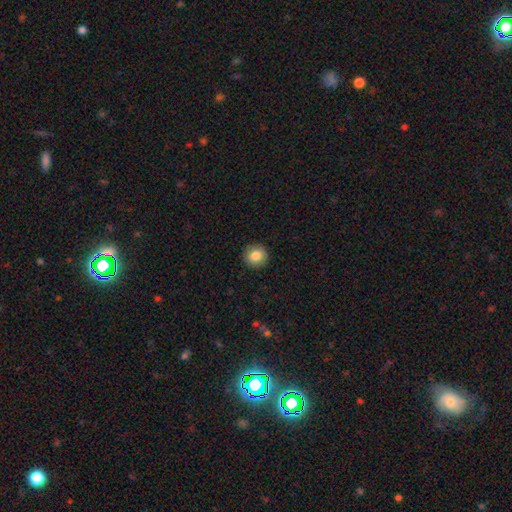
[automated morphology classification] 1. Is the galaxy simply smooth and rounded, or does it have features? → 84% smooth, 9% star or artifact, 7% featured or disk.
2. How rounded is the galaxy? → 89% round, 10% in between, 1% cigar-shaped.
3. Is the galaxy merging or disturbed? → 91% none, 6% minor disturbance, 2% major disturbance, 1% merger.